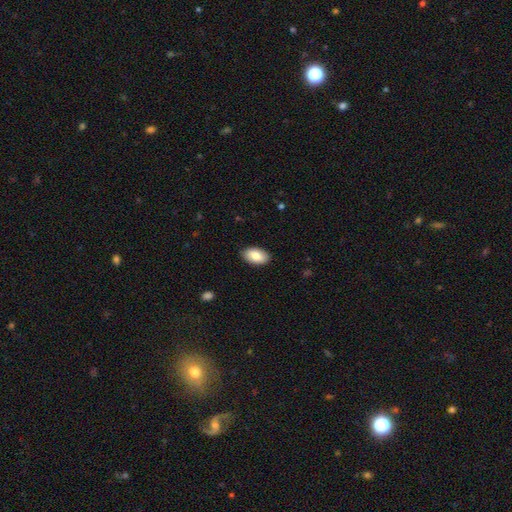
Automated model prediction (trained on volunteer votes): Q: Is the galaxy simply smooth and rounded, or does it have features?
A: smooth — 83%.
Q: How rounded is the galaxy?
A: in between — 95%.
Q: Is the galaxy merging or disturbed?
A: none — 89%.